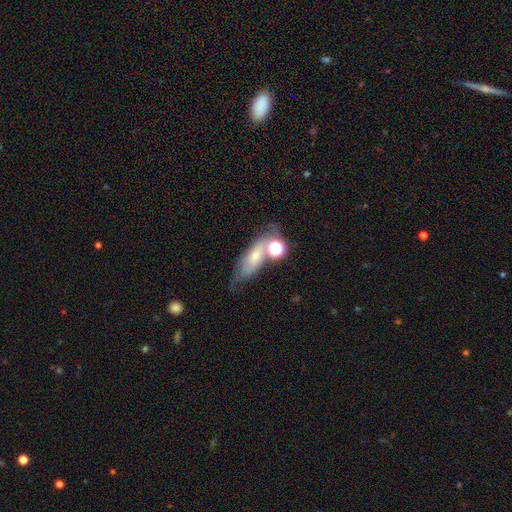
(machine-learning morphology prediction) smooth 46%, featured or disk 38%, star or artifact 16%. Down the decision tree: merging — none (46%).